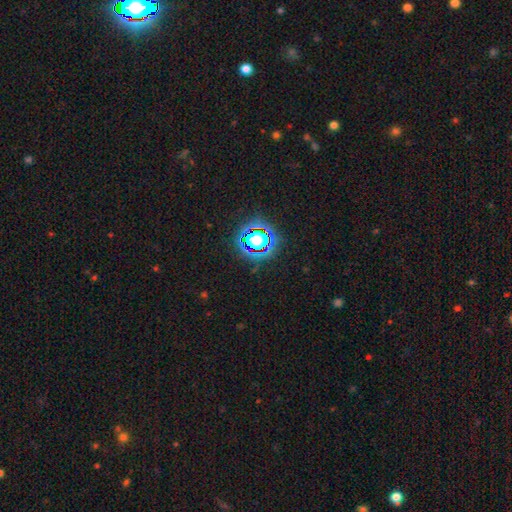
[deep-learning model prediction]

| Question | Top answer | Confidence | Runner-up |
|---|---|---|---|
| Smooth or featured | star or artifact | 77% | smooth (15%) |